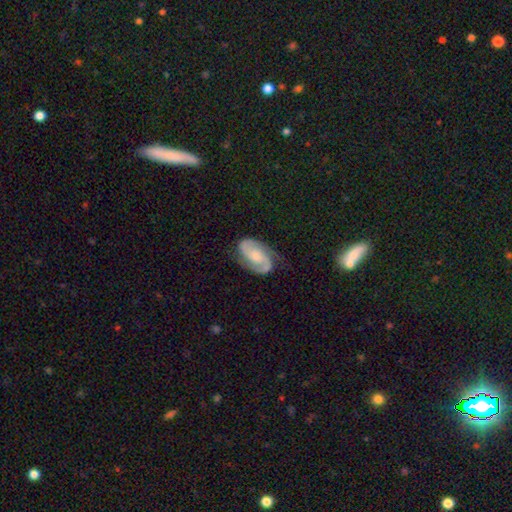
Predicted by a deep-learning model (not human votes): A featured or disk galaxy (88%) with no bar (55%), 2 (93%) medium (51%) spiral arms (98%) and a moderate central bulge (39%).

Vote fractions:
- Smooth or featured? featured or disk: 88% / smooth: 7% / star or artifact: 5%
- Edge-on disk? no: 98% / yes: 2%
- Bar? no: 55% / weak: 33% / strong: 11%
- Spiral arms? yes: 98% / no: 2%
- Spiral winding? medium: 51% / tight: 36% / loose: 14%
- Spiral arm count? 2: 93% / can't tell: 2% / 1: 1% / 3: 1% / 4: 1% / more than 4: 1%
- Bulge size? moderate: 39% / small: 36% / none: 16% / large: 7% / dominant: 2%
- Merging? none: 79% / minor disturbance: 15% / major disturbance: 5% / merger: 1%